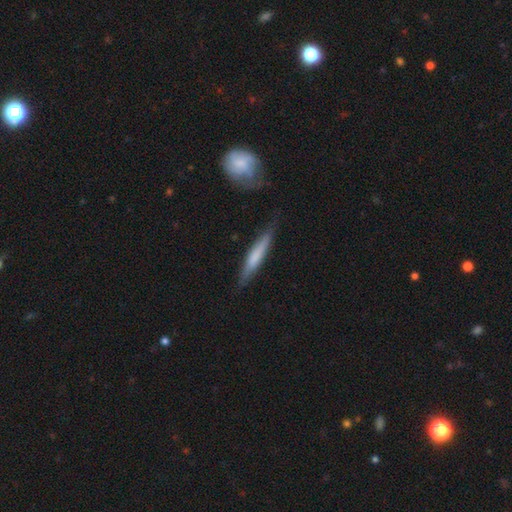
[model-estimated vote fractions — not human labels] Smooth or featured?
  - smooth: 62% *
  - featured or disk: 33%
  - star or artifact: 5%
How rounded?
  - cigar-shaped: 93% *
  - in between: 6%
  - round: 1%
Merging?
  - none: 81% *
  - minor disturbance: 14%
  - major disturbance: 3%
  - merger: 2%